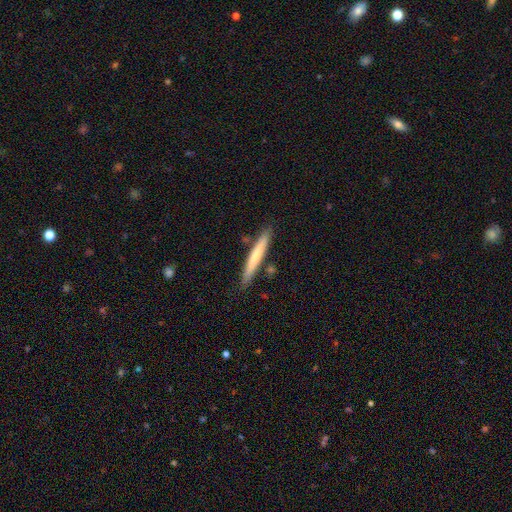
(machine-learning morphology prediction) Smooth or featured?
  - smooth: 60% *
  - featured or disk: 34%
  - star or artifact: 6%
How rounded?
  - cigar-shaped: 96% *
  - in between: 3%
  - round: 1%
Merging?
  - none: 84% *
  - minor disturbance: 10%
  - merger: 4%
  - major disturbance: 2%